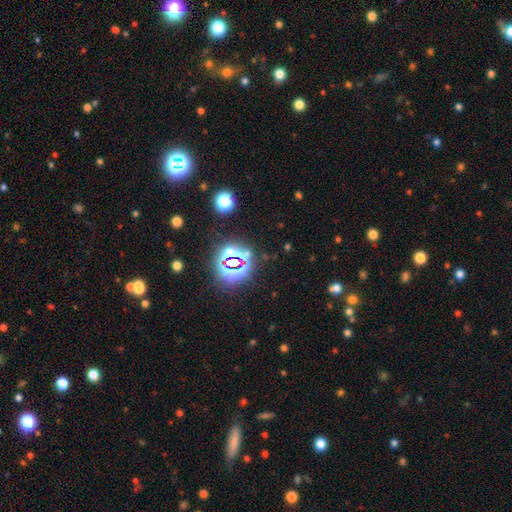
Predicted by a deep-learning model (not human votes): Morphology: type=star or artifact (79%).